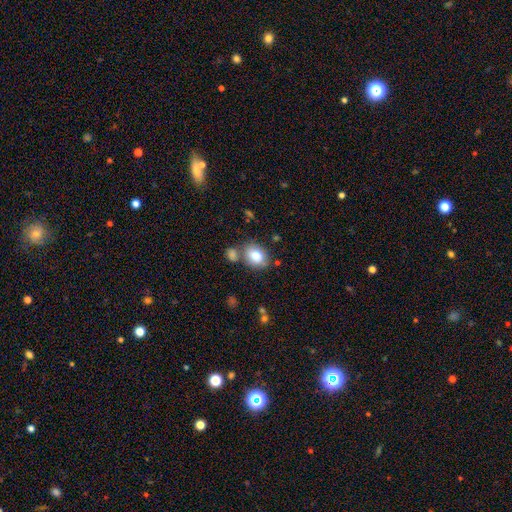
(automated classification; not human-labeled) The model was most divided on "how rounded": in between: 64%, round: 35%, cigar-shaped: 1%. More confident: smooth or featured — smooth (81%); merging — none (64%).